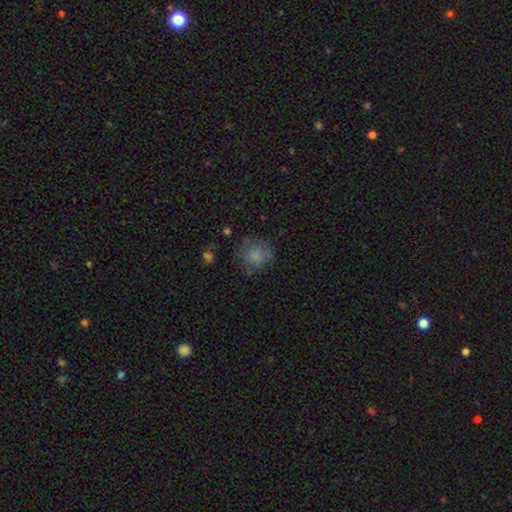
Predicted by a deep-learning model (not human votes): This appears to be a smooth galaxy with no disk features (75%) that is round (84%). Merging: none (63%).